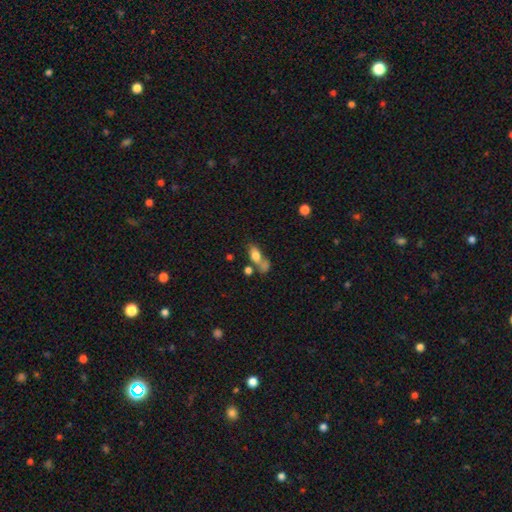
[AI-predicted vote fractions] Q: Smooth or featured?
A: smooth (70%); runner-up: featured or disk (20%)
Q: How rounded?
A: in between (75%); runner-up: cigar-shaped (13%)
Q: Merging?
A: merger (45%); runner-up: none (31%)